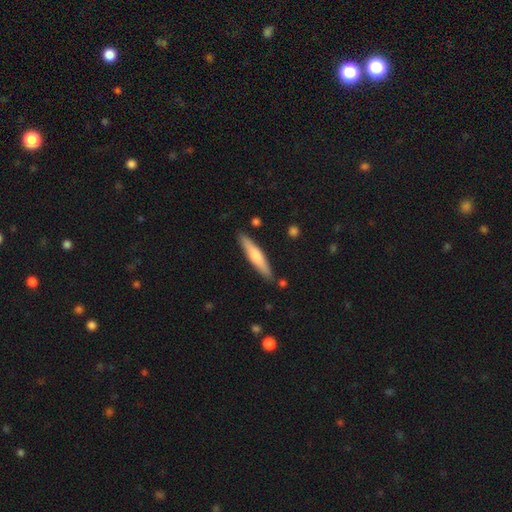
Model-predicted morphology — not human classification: Smooth or featured? Predicted: smooth (p=0.62). How rounded? Predicted: cigar-shaped (p=0.87). Merging? Predicted: none (p=0.87).